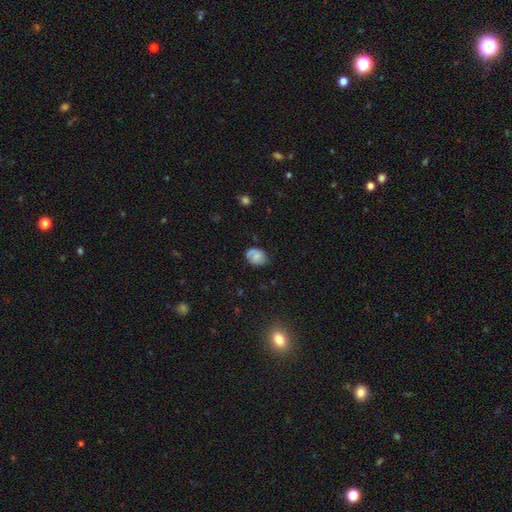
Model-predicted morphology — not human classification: type=smooth (60%); roundness=in between (61%); merging=none (63%).